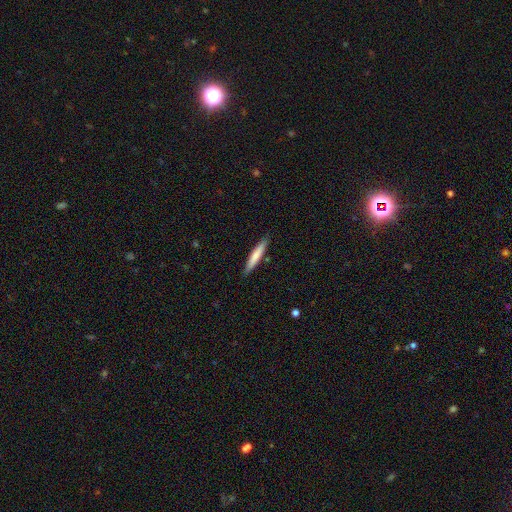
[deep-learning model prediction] Smooth or featured: smooth — 73% (featured or disk — 22%)
How rounded: cigar-shaped — 93% (in between — 6%)
Merging: none — 89% (minor disturbance — 8%)